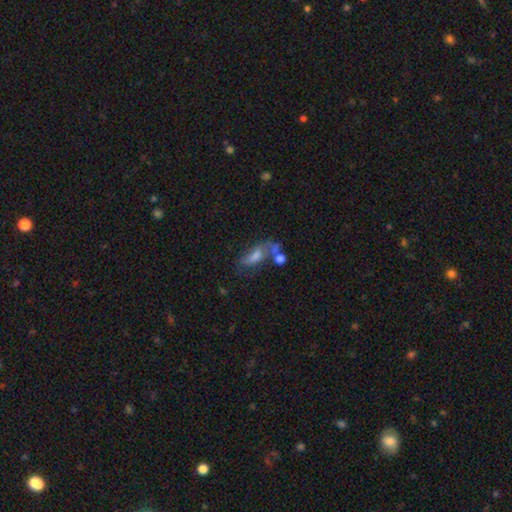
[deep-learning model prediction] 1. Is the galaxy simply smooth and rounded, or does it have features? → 43% smooth (tied), 43% featured or disk (tied), 14% star or artifact.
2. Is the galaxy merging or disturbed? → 39% none, 24% merger, 20% minor disturbance, 18% major disturbance.